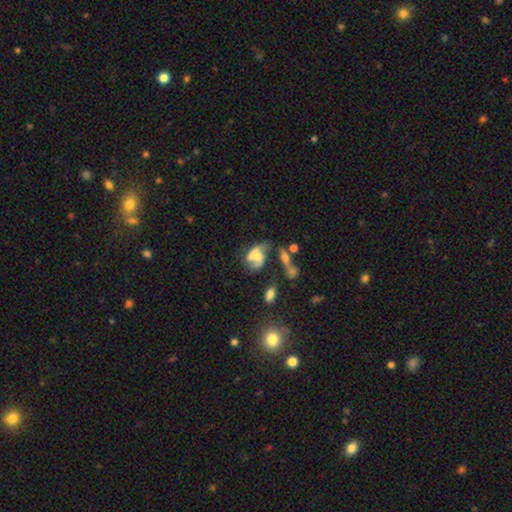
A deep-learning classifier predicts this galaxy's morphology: Smooth or featured? featured or disk (51%)
Edge-on disk? no (96%)
Merging? none (28%)